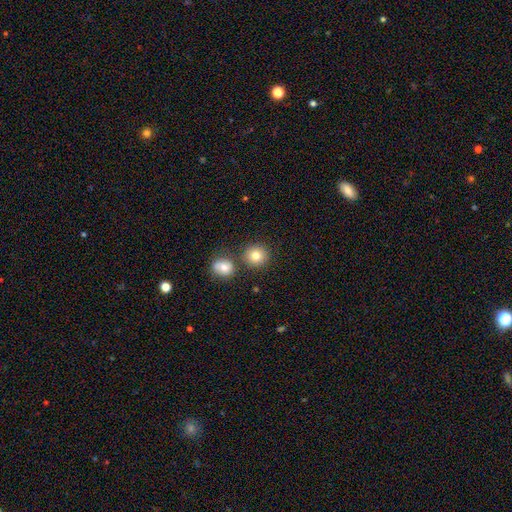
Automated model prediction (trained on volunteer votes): Smooth or featured? Predicted: smooth (p=0.81). How rounded? Predicted: round (p=0.90). Merging? Predicted: none (p=0.78).